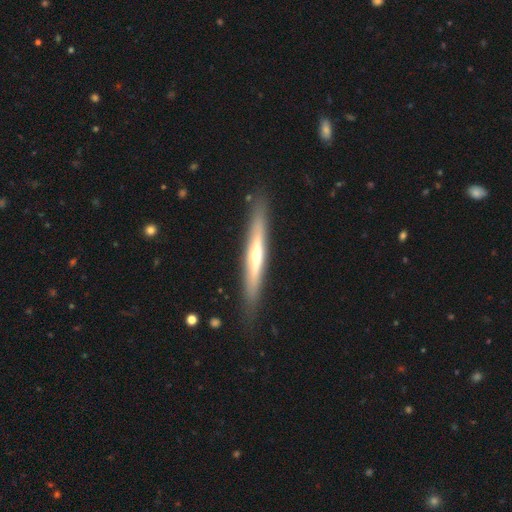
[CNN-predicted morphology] The model was most divided on "smooth or featured": featured or disk: 67%, smooth: 28%, star or artifact: 5%. More confident: edge-on disk — yes (94%); merging — none (88%); edge-on bulge — rounded (76%).